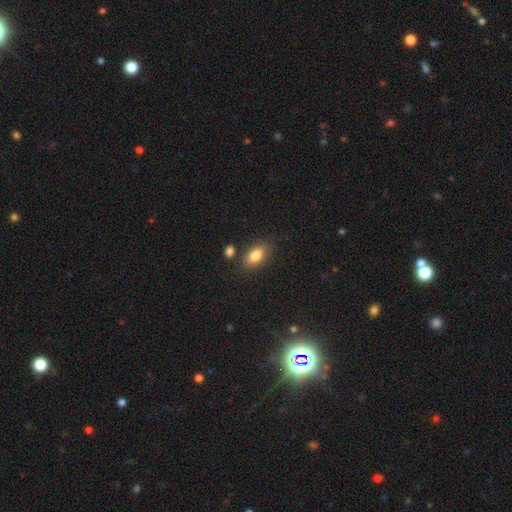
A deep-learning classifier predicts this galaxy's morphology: Smooth or featured: smooth — 82% (featured or disk — 10%)
How rounded: in between — 88% (cigar-shaped — 7%)
Merging: none — 79% (minor disturbance — 12%)